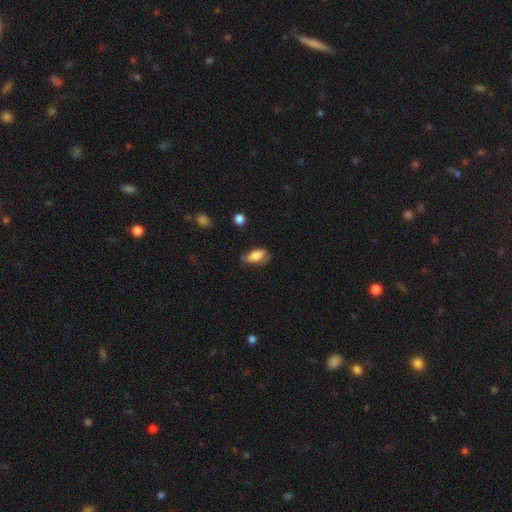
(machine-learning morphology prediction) Overall: smooth (78%). How rounded: in between (88%). Merging: none (56%; minor disturbance 33%).